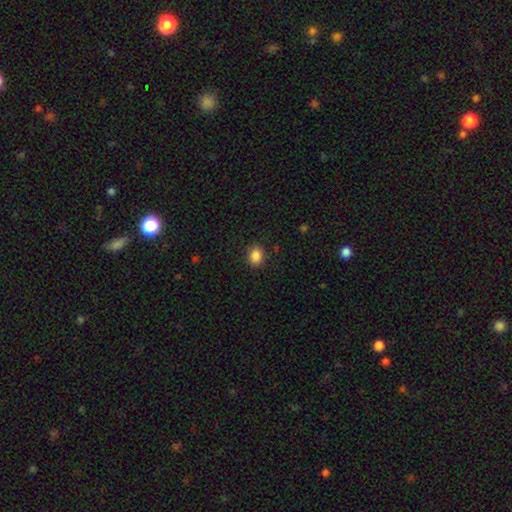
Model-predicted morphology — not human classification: smooth-or-featured: smooth: 87% | star or artifact: 9% | featured or disk: 3%
  how-rounded: in between: 60% | round: 39% | cigar-shaped: 1%
  merging: none: 87% | minor disturbance: 10% | major disturbance: 3% | merger: 1%